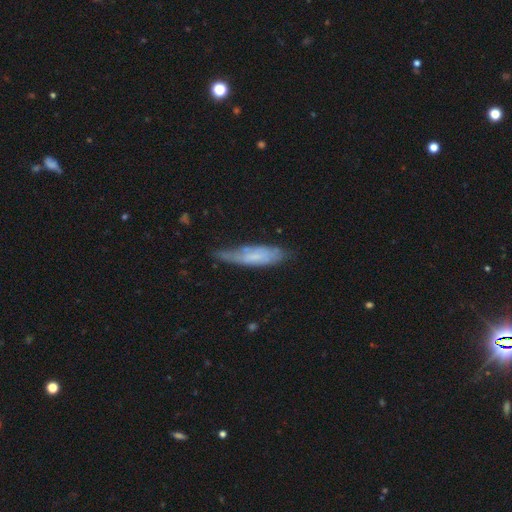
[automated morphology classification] The model was most divided on "smooth or featured": smooth: 49%, featured or disk: 43%, star or artifact: 7%. More confident: merging — none (54%).